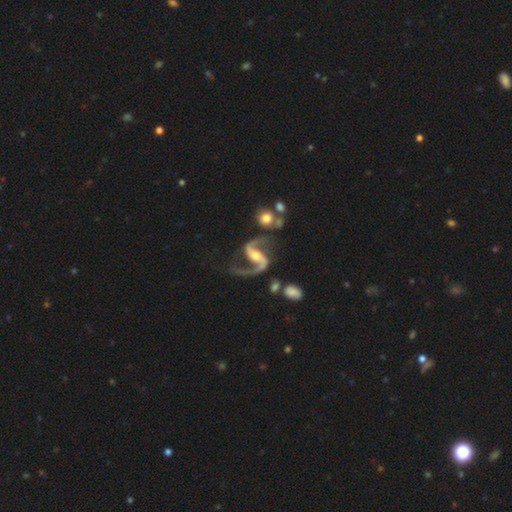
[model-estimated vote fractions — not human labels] This appears to be a featured or disk galaxy (91%) with a weak bar (41%), 2 (91%) loose (51%) spiral arms (98%) and a small central bulge (50%). Merging: none (51%).